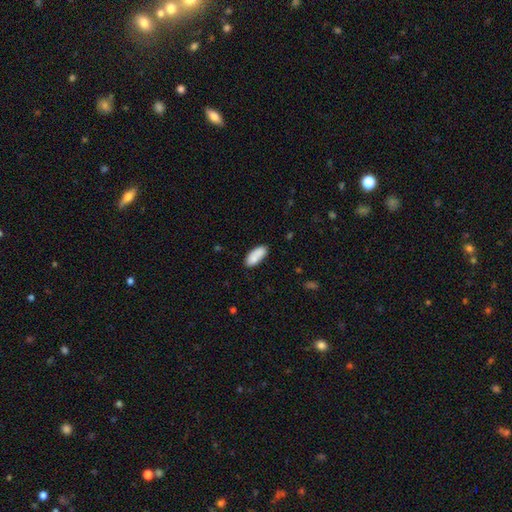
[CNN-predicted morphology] type=smooth (84%); roundness=in between (85%); merging=none (72%).